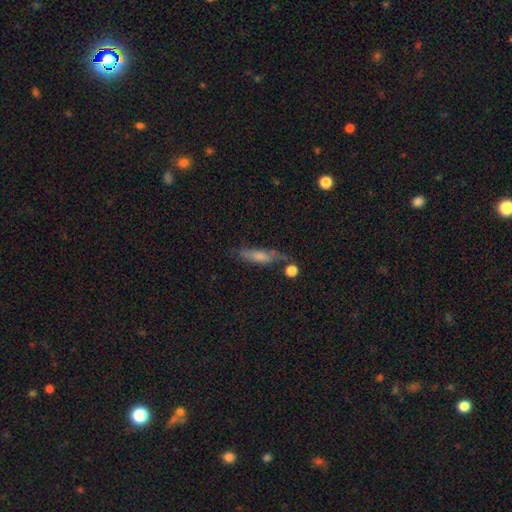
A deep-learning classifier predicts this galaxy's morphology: Q: Smooth or featured?
A: smooth (46%); runner-up: featured or disk (38%)
Q: Merging?
A: none (61%); runner-up: minor disturbance (22%)